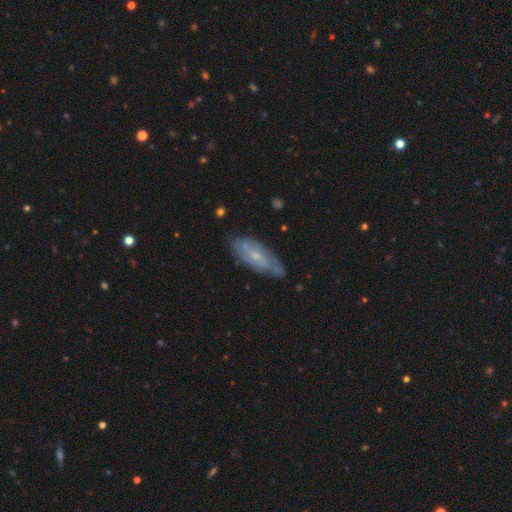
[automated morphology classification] featured or disk 60%, smooth 33%, star or artifact 7%. Down the decision tree: edge-on disk — no (82%); merging — none (70%).